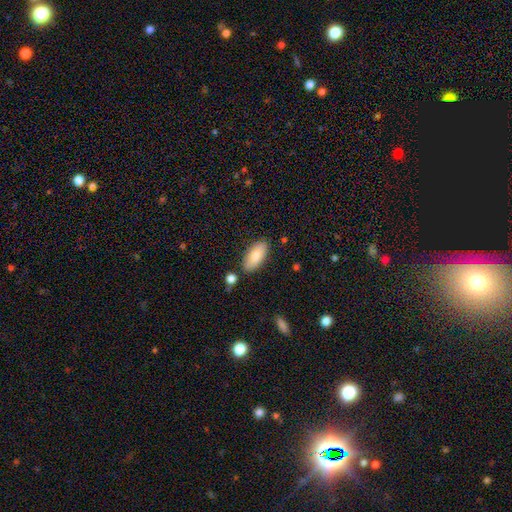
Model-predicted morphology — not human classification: A smooth galaxy with no disk features (80%) that is in between round and cigar-shaped (90%). Merging: none (82%).